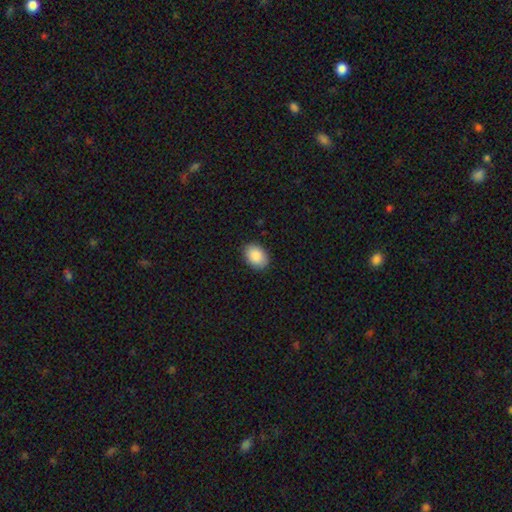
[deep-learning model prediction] Overall: smooth (89%). How rounded: in between (81%). Merging: none (88%).